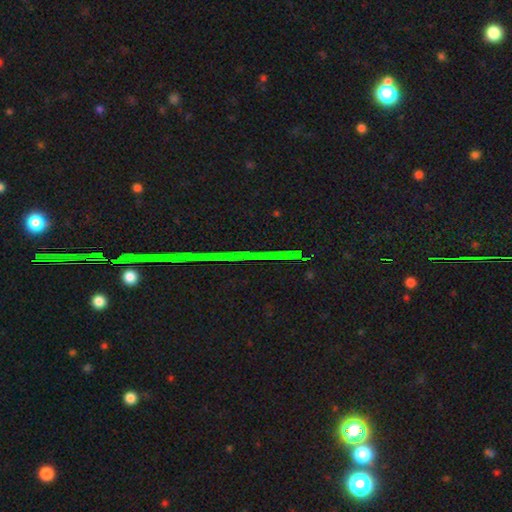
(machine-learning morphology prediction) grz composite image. It shows a star or artifact, not a galaxy (80%).